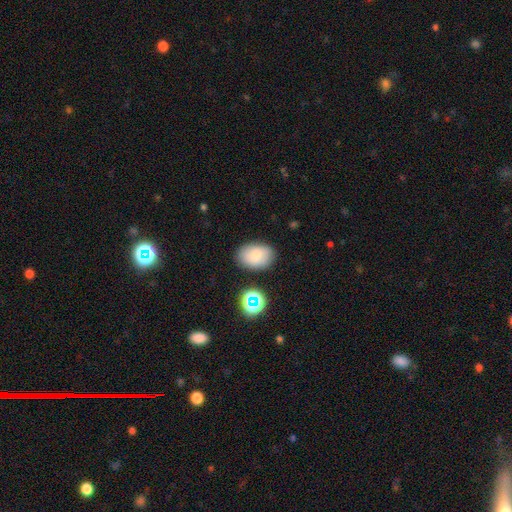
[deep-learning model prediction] Smooth or featured?
  - smooth: 80% *
  - star or artifact: 10%
  - featured or disk: 10%
How rounded?
  - in between: 82% *
  - round: 17%
  - cigar-shaped: 1%
Merging?
  - none: 81% *
  - minor disturbance: 13%
  - major disturbance: 3%
  - merger: 3%